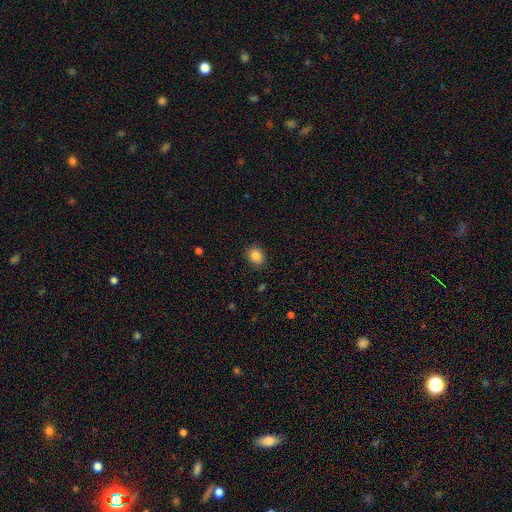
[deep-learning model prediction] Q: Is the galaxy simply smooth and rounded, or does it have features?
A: smooth — 86%.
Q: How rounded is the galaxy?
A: round — 52%.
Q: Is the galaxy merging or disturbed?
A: none — 87%.